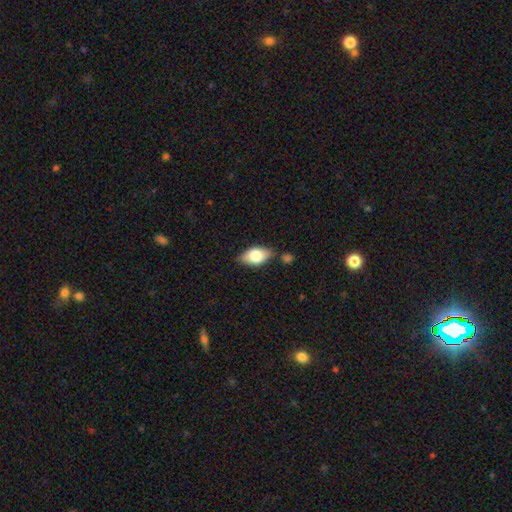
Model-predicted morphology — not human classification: The model was most divided on "smooth or featured": smooth: 72%, featured or disk: 21%, star or artifact: 7%. More confident: how rounded — in between (89%); merging — none (70%).